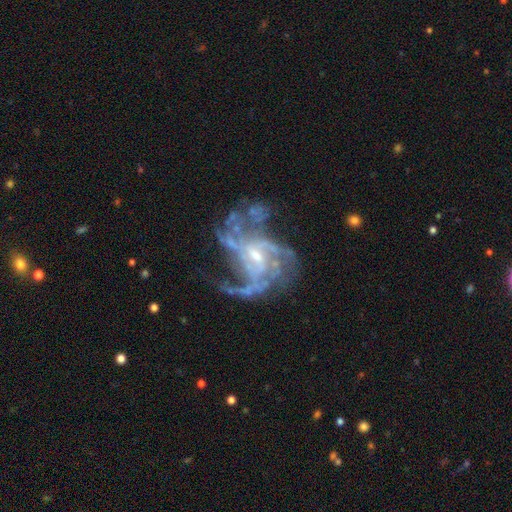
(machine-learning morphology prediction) This is clearly a featured or disk galaxy (87%). It is clearly not viewed edge-on (98%). Bar: possibly weak (48%). Spiral arm pattern: clearly yes (92%). Spiral arm count: marginally can't tell (28%). Spiral winding: possibly medium (46%). Central bulge: possibly small (56%). Merging: marginally none (41%).